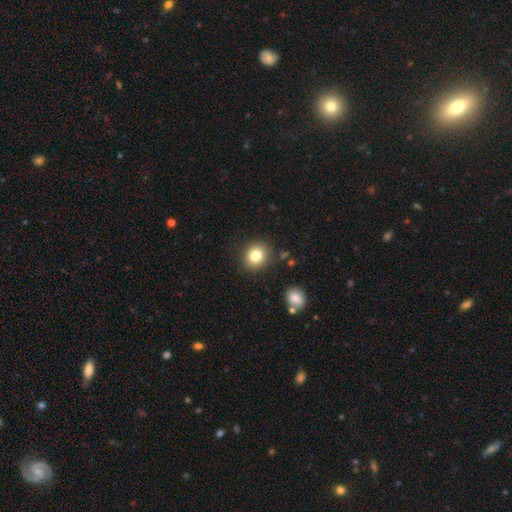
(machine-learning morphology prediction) smooth 81%, star or artifact 11%, featured or disk 8%. Down the decision tree: how rounded — round (77%); merging — none (85%).